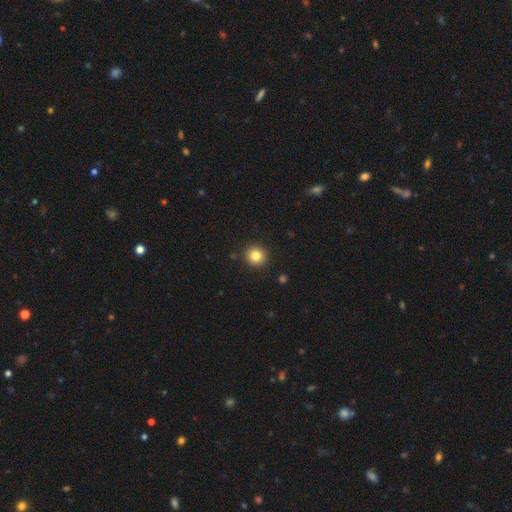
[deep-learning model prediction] Q: Smooth or featured?
A: smooth (82%); runner-up: star or artifact (11%)
Q: How rounded?
A: round (93%); runner-up: in between (6%)
Q: Merging?
A: none (92%); runner-up: minor disturbance (5%)